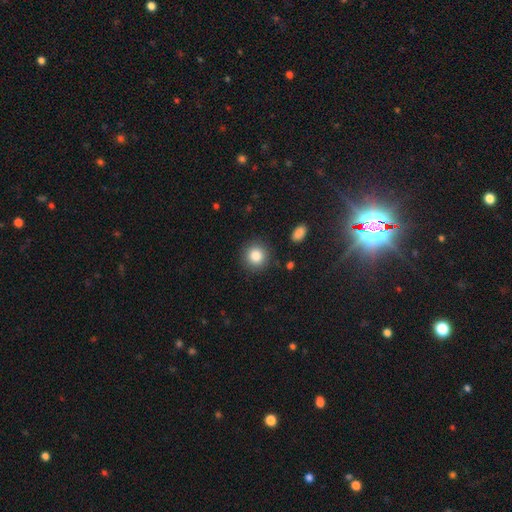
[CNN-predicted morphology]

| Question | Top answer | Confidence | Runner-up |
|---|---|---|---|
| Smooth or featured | smooth | 85% | star or artifact (9%) |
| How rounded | round | 91% | in between (8%) |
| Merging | none | 88% | minor disturbance (8%) |